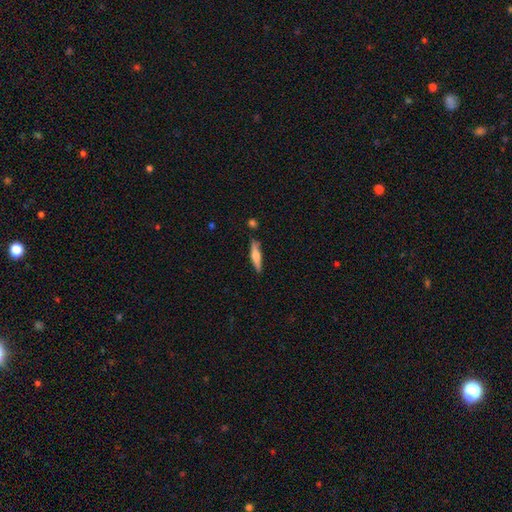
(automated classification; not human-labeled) Overall: smooth (50%; featured or disk 44%). Merging: none (83%).